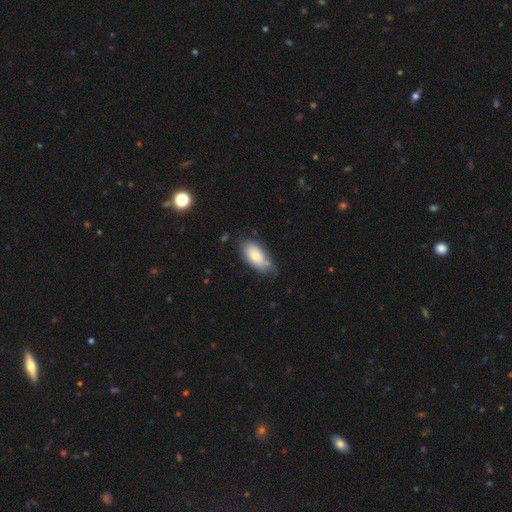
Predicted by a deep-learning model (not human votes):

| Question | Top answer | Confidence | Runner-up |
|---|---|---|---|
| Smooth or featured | smooth | 77% | featured or disk (17%) |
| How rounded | in between | 92% | cigar-shaped (5%) |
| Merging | none | 57% | minor disturbance (32%) |